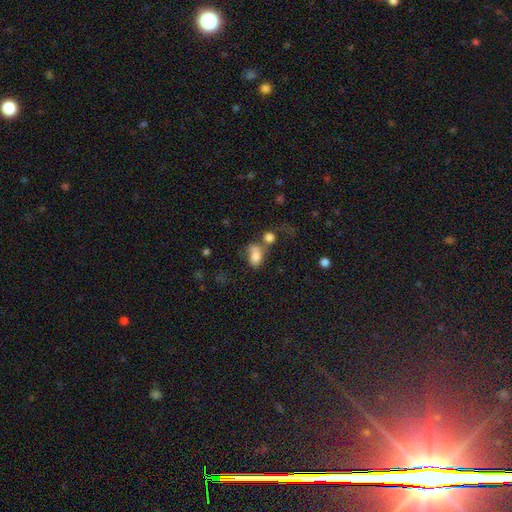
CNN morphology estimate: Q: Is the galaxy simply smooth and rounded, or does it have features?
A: smooth — 75%.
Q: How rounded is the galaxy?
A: in between — 76%.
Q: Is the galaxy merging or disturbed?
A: merger — 42%.